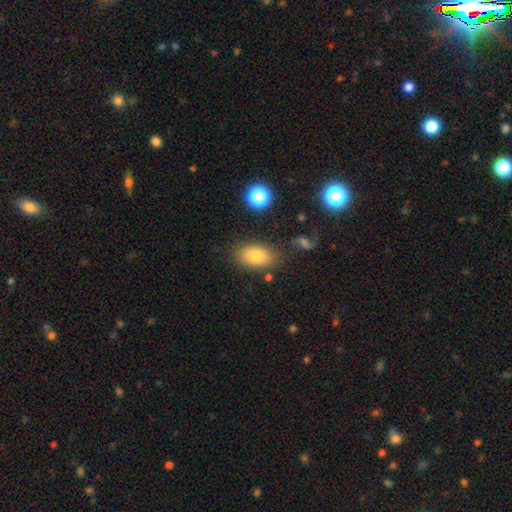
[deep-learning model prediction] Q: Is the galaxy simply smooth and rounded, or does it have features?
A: smooth — 79%.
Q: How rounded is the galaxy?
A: in between — 89%.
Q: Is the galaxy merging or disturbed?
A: none — 80%.